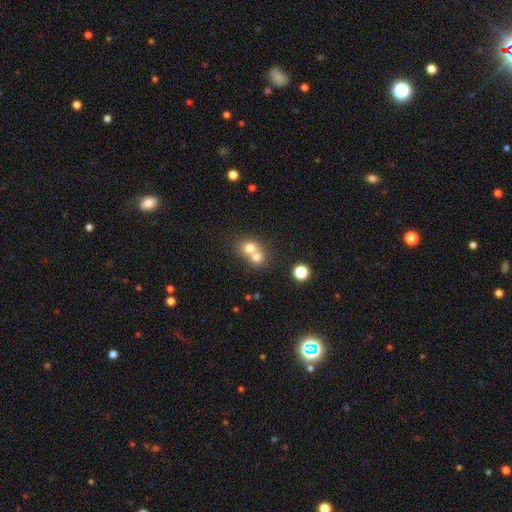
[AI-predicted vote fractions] A smooth galaxy with no disk features (69%) that is round (72%).

Vote fractions:
- Smooth or featured? smooth: 69% / featured or disk: 18% / star or artifact: 12%
- How rounded? round: 72% / in between: 27% / cigar-shaped: 1%
- Merging? merger: 67% / none: 26% / minor disturbance: 4% / major disturbance: 2%